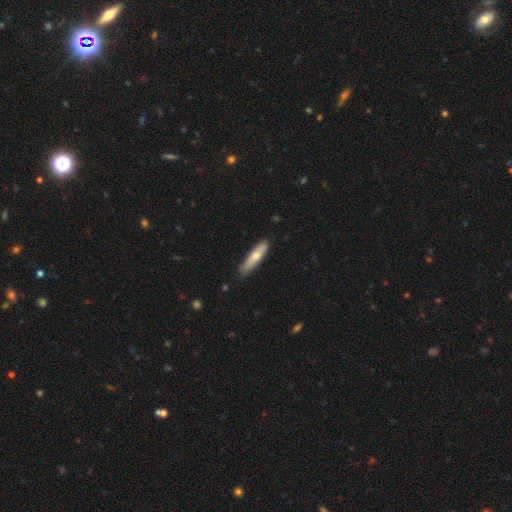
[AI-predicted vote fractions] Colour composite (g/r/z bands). It shows a smooth galaxy with no disk features (66%) that is cigar-shaped (78%). Merging: none (80%).